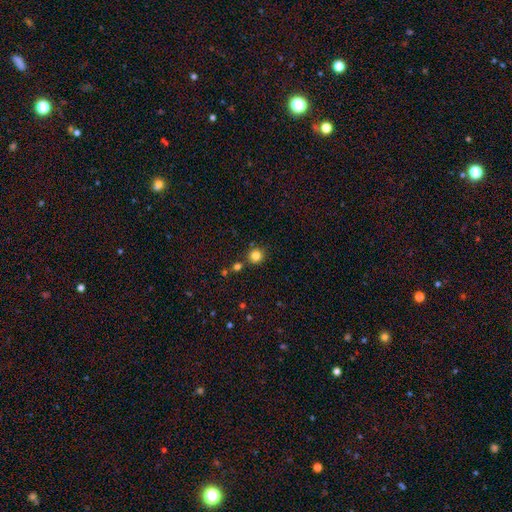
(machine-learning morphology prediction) smooth_or_featured: smooth (p=0.83) [alt: star or artifact p=0.12]
how_rounded: round (p=0.93) [alt: in between p=0.07]
merging: none (p=0.82) [alt: minor disturbance p=0.08]